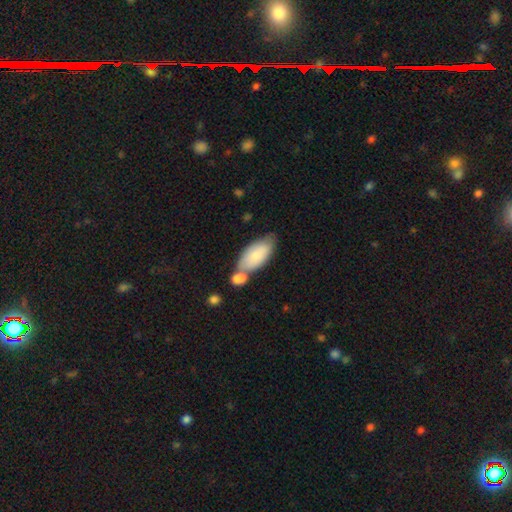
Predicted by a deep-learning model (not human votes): This is likely a smooth galaxy (79%). How rounded: clearly in between (90%). Merging: possibly none (47%).